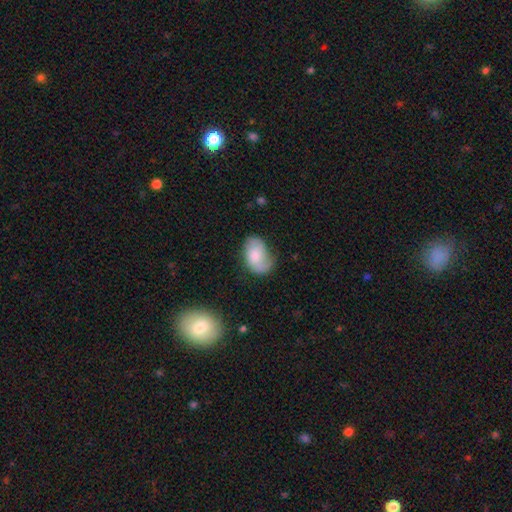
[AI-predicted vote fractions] Smooth or featured? Predicted: smooth (p=0.60). How rounded? Predicted: in between (p=0.86). Merging? Predicted: none (p=0.52).